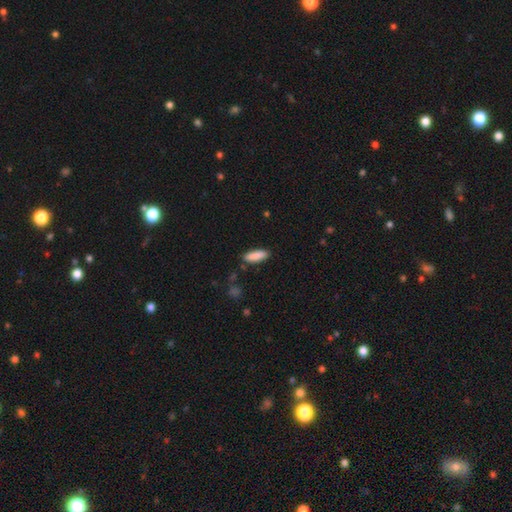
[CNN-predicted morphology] A smooth galaxy with no disk features (89%) that is in between round and cigar-shaped (55%). Merging: none (83%).